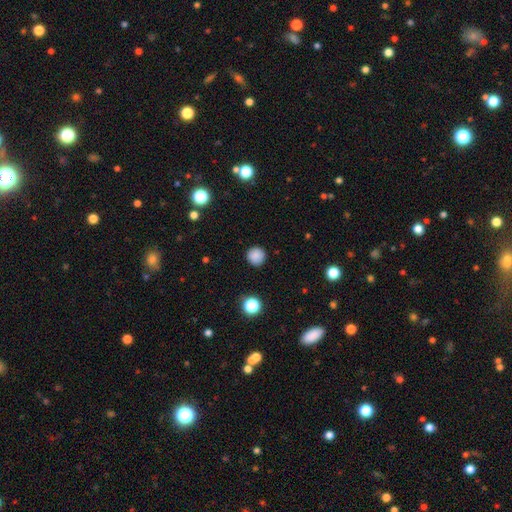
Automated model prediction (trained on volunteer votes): smooth 86%, star or artifact 11%, featured or disk 3%. Down the decision tree: how rounded — round (95%); merging — none (91%).